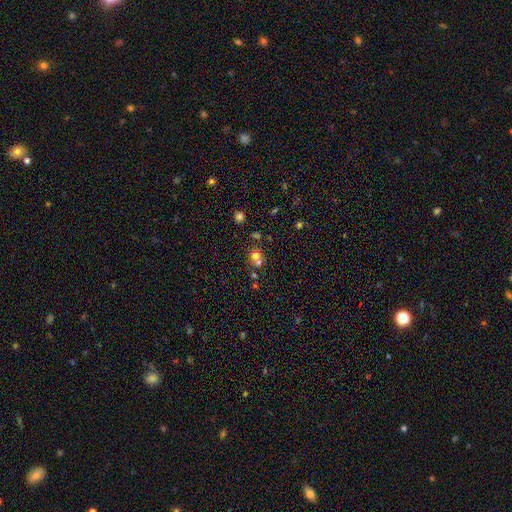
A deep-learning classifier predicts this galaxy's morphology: smooth-or-featured: smooth: 63% | star or artifact: 21% | featured or disk: 17%
  how-rounded: round: 80% | in between: 19% | cigar-shaped: 1%
  merging: none: 46% | merger: 43% | minor disturbance: 7% | major disturbance: 3%